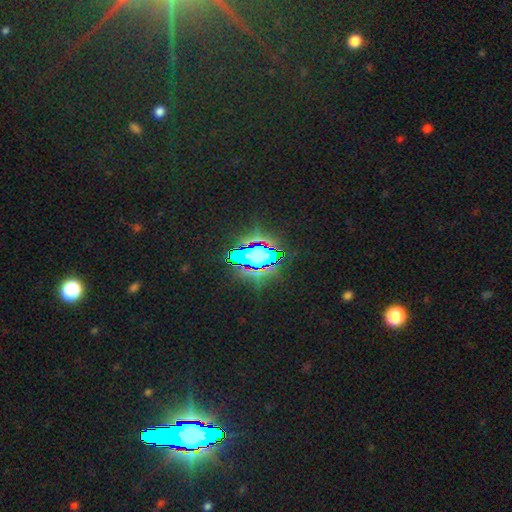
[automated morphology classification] This is likely a star or artifact rather than a galaxy (63%).